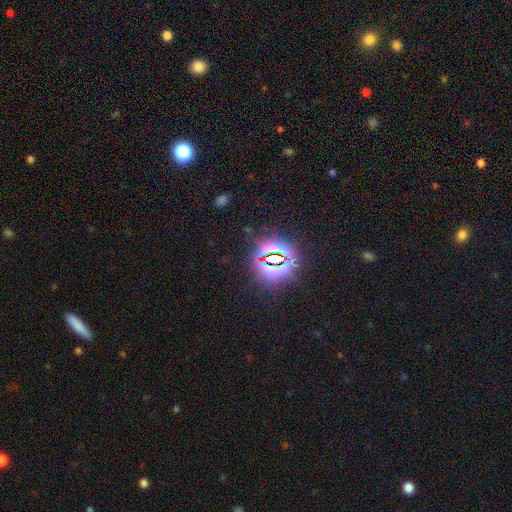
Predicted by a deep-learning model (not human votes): smooth_or_featured: star or artifact (p=0.82) [alt: smooth p=0.11]